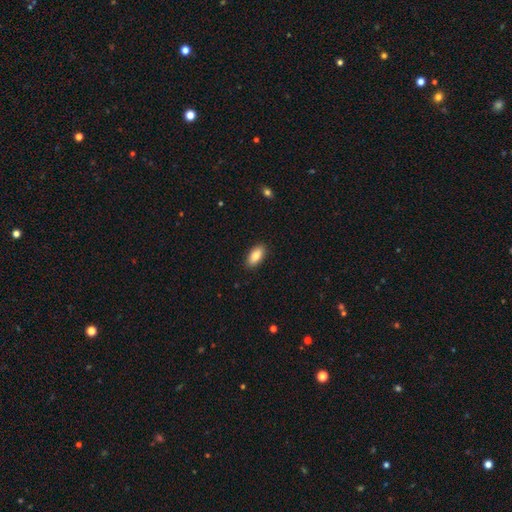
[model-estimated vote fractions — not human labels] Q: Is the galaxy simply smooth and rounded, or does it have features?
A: smooth — 85%.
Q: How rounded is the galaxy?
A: in between — 88%.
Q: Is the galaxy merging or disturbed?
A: none — 89%.